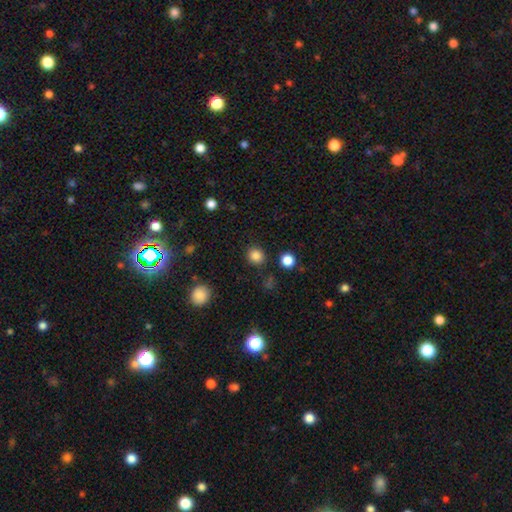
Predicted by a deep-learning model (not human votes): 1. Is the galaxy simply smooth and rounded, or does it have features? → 85% smooth, 12% star or artifact, 4% featured or disk.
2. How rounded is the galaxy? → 86% round, 13% in between, 1% cigar-shaped.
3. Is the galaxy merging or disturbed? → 88% none, 7% minor disturbance, 3% major disturbance, 3% merger.